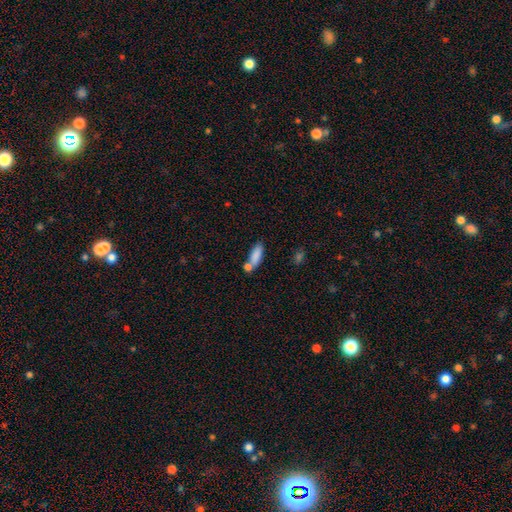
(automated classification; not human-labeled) The model was most divided on "merging": none: 51%, merger: 31%, minor disturbance: 13%, major disturbance: 4%. More confident: smooth or featured — smooth (84%); how rounded — in between (65%).